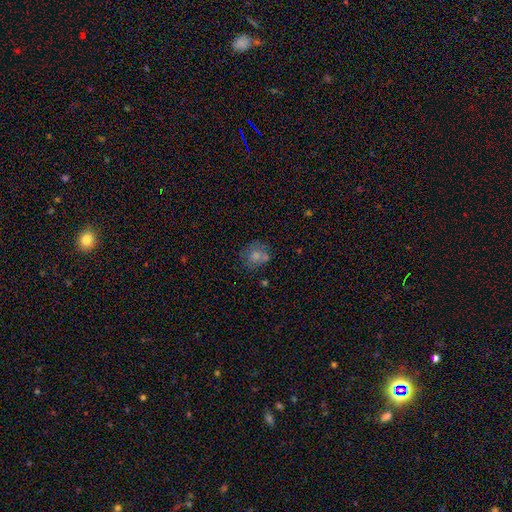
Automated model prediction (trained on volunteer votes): A smooth galaxy with no disk features (58%) that is round (80%).

Vote fractions:
- Smooth or featured? smooth: 58% / star or artifact: 21% / featured or disk: 21%
- How rounded? round: 80% / in between: 19% / cigar-shaped: 1%
- Merging? none: 65% / minor disturbance: 16% / merger: 12% / major disturbance: 6%